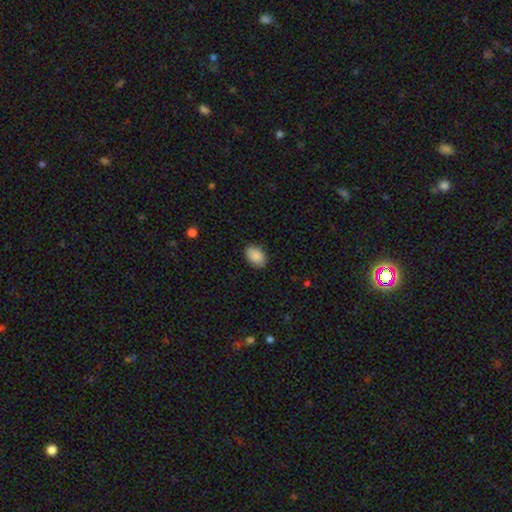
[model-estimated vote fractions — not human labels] Morphology: type=smooth (89%); roundness=in between (85%); merging=none (88%).